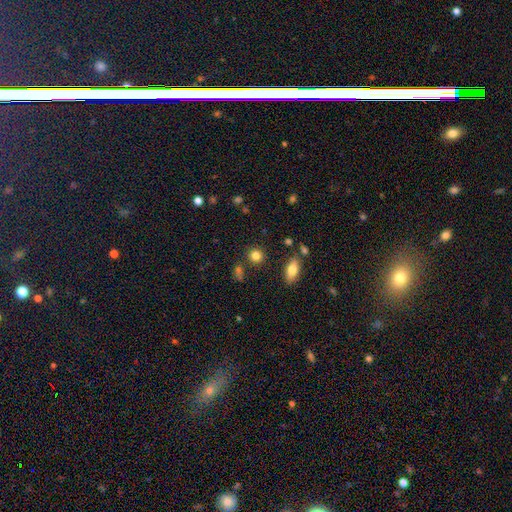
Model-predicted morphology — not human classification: smooth_or_featured: smooth (p=0.83) [alt: star or artifact p=0.11]
how_rounded: round (p=0.86) [alt: in between p=0.12]
merging: none (p=0.83) [alt: minor disturbance p=0.08]